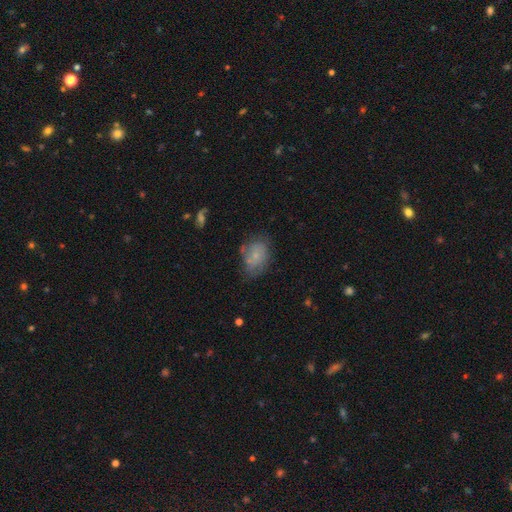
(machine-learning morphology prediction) Smooth or featured: smooth — 61% (featured or disk — 29%)
How rounded: in between — 73% (round — 26%)
Merging: none — 53% (minor disturbance — 29%)